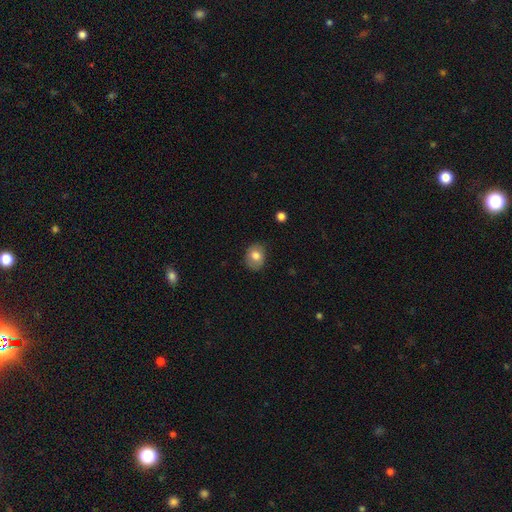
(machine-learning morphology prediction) The model was most divided on "how rounded": round: 51%, in between: 48%, cigar-shaped: 1%. More confident: merging — none (78%); smooth or featured — smooth (77%).